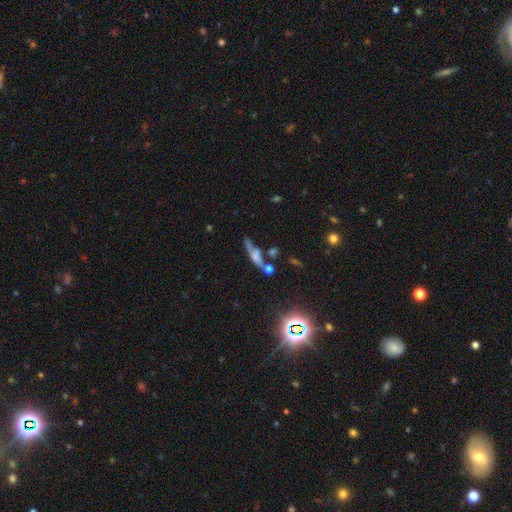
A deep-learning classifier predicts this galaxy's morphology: Q: Smooth or featured?
A: smooth (42%); runner-up: featured or disk (41%)
Q: Merging?
A: none (42%); runner-up: merger (23%)